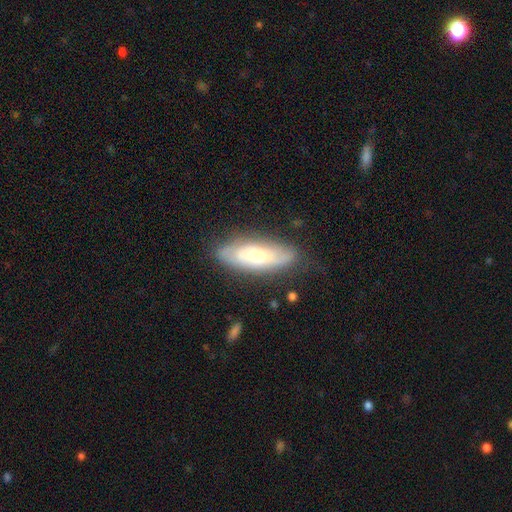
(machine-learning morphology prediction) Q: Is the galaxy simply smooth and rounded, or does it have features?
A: smooth — 50%.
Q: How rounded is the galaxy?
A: in between — 67%.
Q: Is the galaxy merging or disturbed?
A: none — 72%.